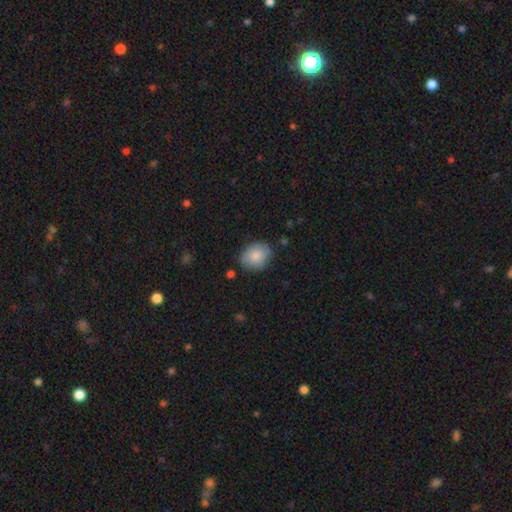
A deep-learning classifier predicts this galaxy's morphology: Smooth or featured? smooth (82%)
How rounded? in between (51%)
Merging? none (77%)